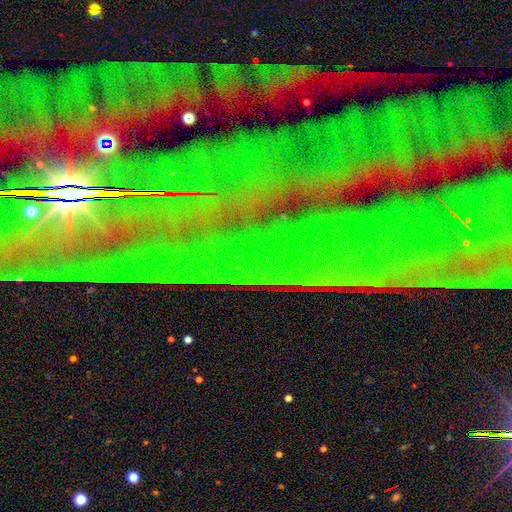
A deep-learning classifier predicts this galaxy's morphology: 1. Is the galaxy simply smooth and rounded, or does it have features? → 86% star or artifact, 8% featured or disk, 6% smooth.